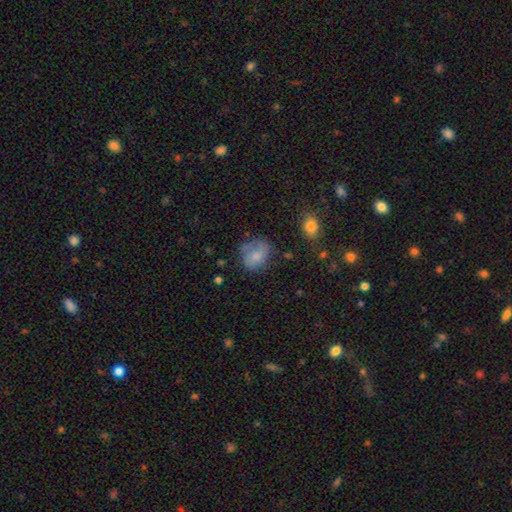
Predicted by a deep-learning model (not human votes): Smooth or featured? smooth (72%)
How rounded? round (59%)
Merging? none (50%)